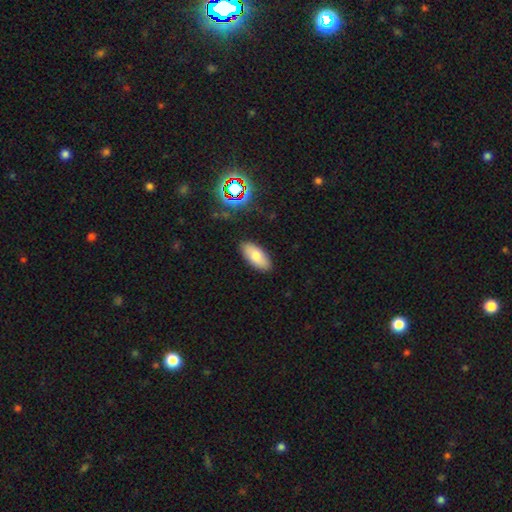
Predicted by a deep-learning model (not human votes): This appears to be a smooth galaxy with no disk features (76%) that is in between round and cigar-shaped (90%). Merging: none (87%).